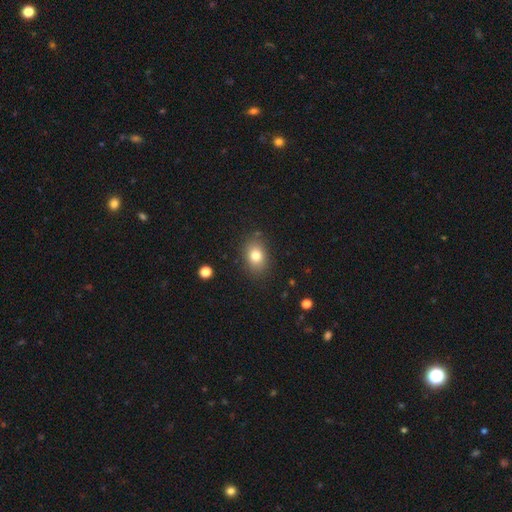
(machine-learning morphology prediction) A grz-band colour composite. It shows a smooth galaxy with no disk features (80%) that is in between round and cigar-shaped (72%). Merging: none (84%).